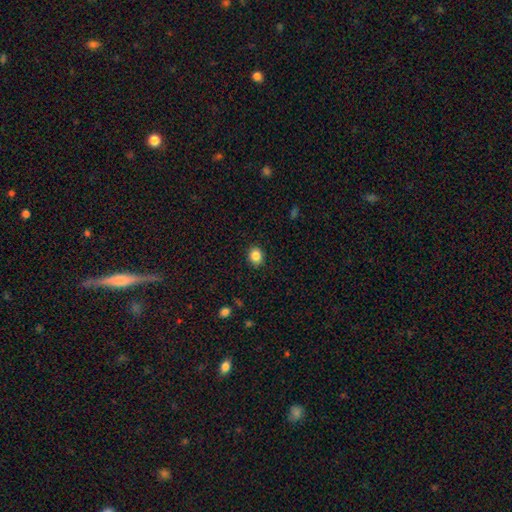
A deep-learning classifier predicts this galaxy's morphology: type=smooth (85%); roundness=round (64%); merging=none (90%).